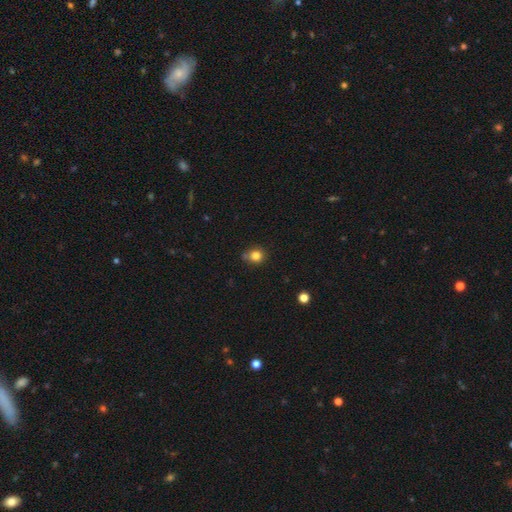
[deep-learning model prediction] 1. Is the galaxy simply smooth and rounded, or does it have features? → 82% smooth, 12% star or artifact, 6% featured or disk.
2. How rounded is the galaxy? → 79% round, 20% in between, 1% cigar-shaped.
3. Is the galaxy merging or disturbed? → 70% none, 19% minor disturbance, 8% merger, 4% major disturbance.